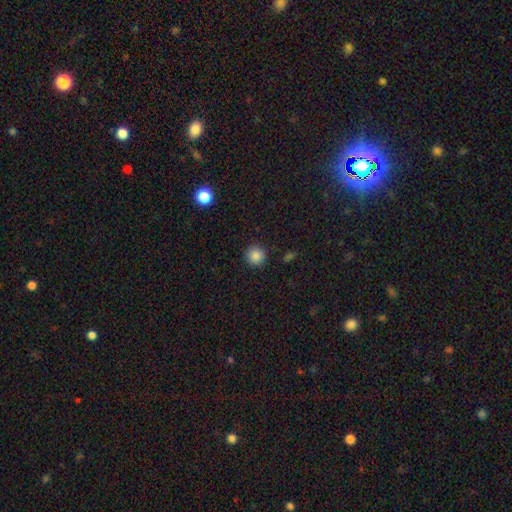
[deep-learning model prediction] Q: Smooth or featured?
A: smooth (86%); runner-up: star or artifact (10%)
Q: How rounded?
A: round (95%); runner-up: in between (4%)
Q: Merging?
A: none (91%); runner-up: minor disturbance (5%)